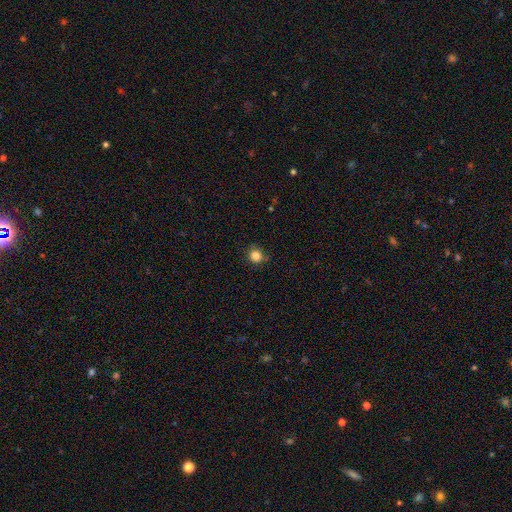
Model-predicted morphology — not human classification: Smooth or featured? smooth (85%)
How rounded? round (87%)
Merging? none (83%)